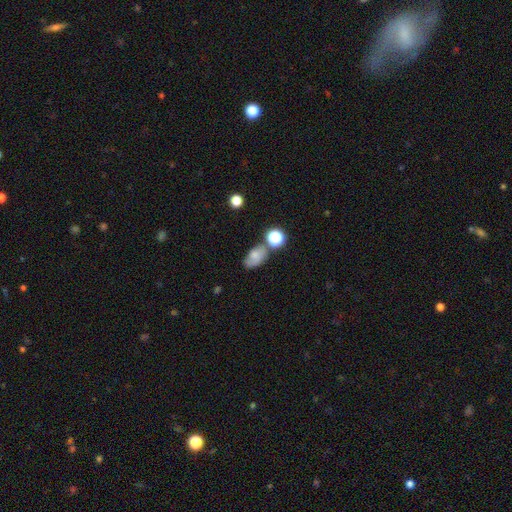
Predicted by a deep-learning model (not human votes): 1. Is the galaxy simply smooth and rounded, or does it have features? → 66% smooth, 20% featured or disk, 14% star or artifact.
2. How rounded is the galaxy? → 84% in between, 14% round, 2% cigar-shaped.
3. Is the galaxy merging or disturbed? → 53% none, 23% minor disturbance, 16% merger, 8% major disturbance.